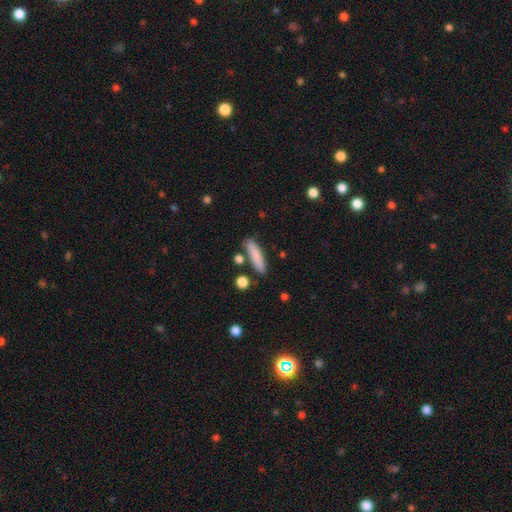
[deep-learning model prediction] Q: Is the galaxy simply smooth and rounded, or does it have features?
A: smooth — 82%.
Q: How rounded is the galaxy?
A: cigar-shaped — 72%.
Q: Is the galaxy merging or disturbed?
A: none — 81%.